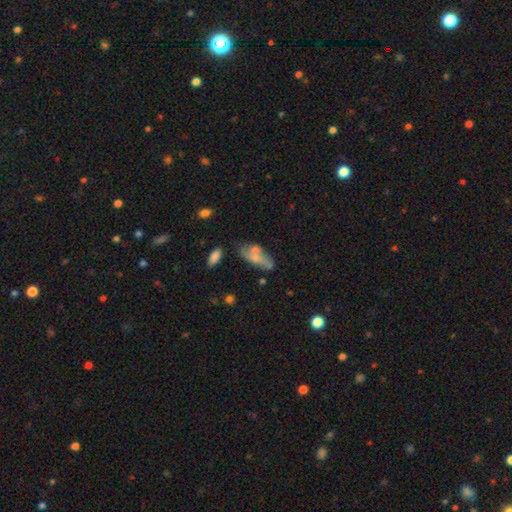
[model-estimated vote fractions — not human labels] Q: Smooth or featured?
A: smooth (59%); runner-up: featured or disk (33%)
Q: How rounded?
A: in between (70%); runner-up: cigar-shaped (27%)
Q: Merging?
A: none (45%); runner-up: minor disturbance (24%)